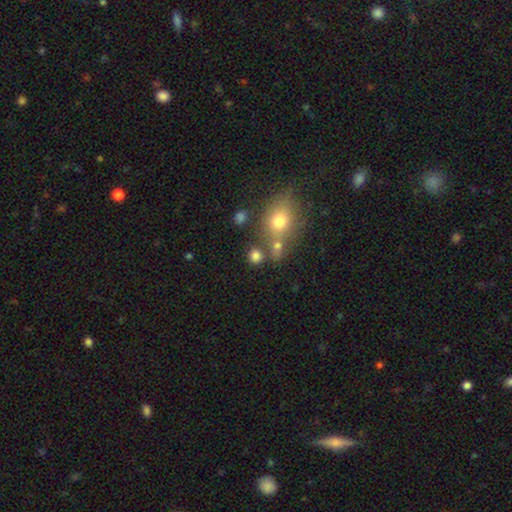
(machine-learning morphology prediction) smooth_or_featured: smooth (p=0.79) [alt: star or artifact p=0.14]
how_rounded: round (p=0.81) [alt: in between p=0.17]
merging: none (p=0.69) [alt: merger p=0.17]